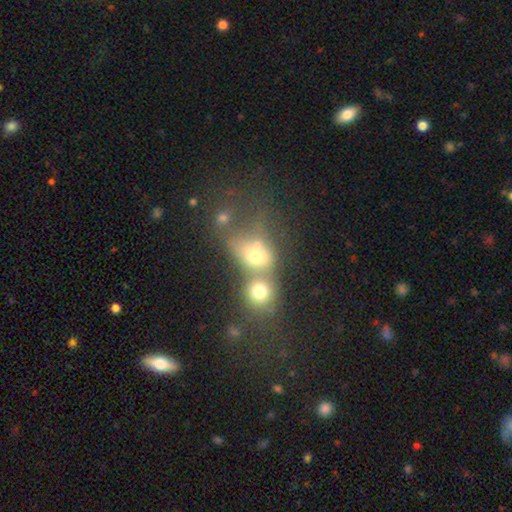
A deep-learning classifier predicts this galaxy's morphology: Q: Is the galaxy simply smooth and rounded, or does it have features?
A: smooth — 62%.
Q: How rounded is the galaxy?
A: round — 56%.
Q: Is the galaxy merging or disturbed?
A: merger — 67%.